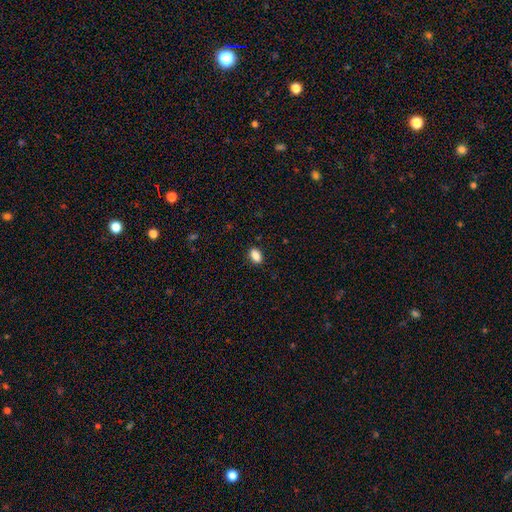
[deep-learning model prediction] A smooth galaxy with no disk features (87%) that is in between round and cigar-shaped (87%). Merging: none (87%).